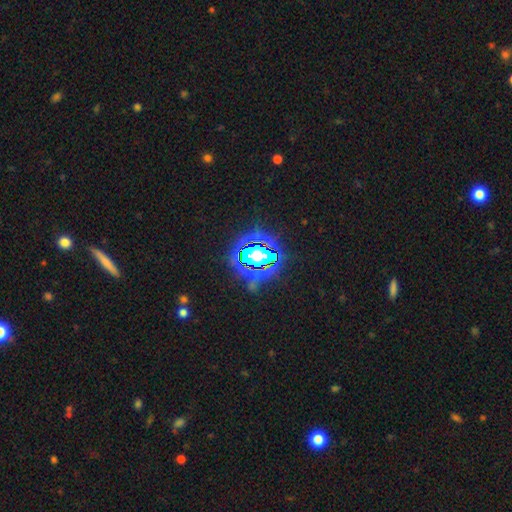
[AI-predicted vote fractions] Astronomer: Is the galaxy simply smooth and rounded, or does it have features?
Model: star or artifact — 80%.